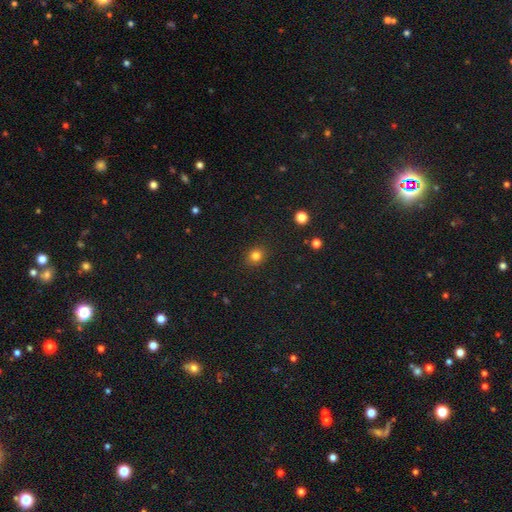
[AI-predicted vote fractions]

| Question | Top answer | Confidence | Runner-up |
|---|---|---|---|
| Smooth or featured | smooth | 81% | star or artifact (13%) |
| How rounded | round | 76% | in between (23%) |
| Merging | none | 90% | minor disturbance (7%) |